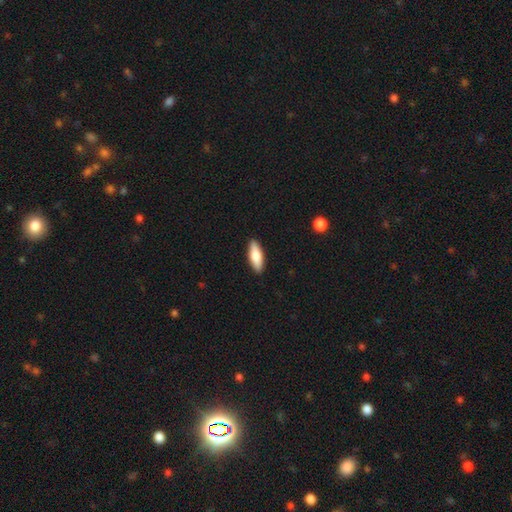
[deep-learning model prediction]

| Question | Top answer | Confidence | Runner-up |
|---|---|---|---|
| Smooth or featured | smooth | 75% | featured or disk (19%) |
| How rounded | in between | 61% | cigar-shaped (37%) |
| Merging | none | 90% | minor disturbance (8%) |